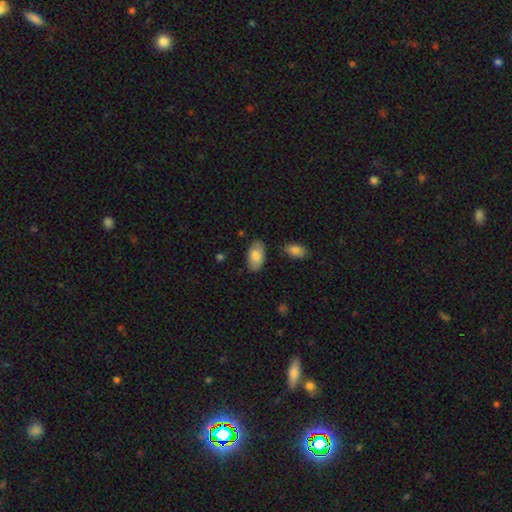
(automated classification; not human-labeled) This appears to be a smooth galaxy with no disk features (84%) that is in between round and cigar-shaped (95%). Merging: none (82%).